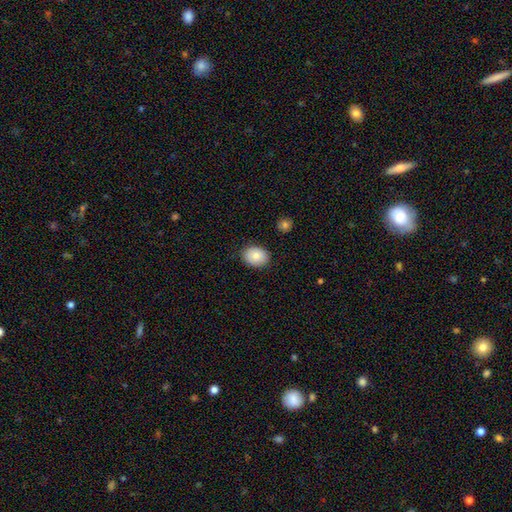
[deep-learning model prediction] This appears to be a smooth galaxy with no disk features (84%) that is in between round and cigar-shaped (59%). Merging: none (88%).